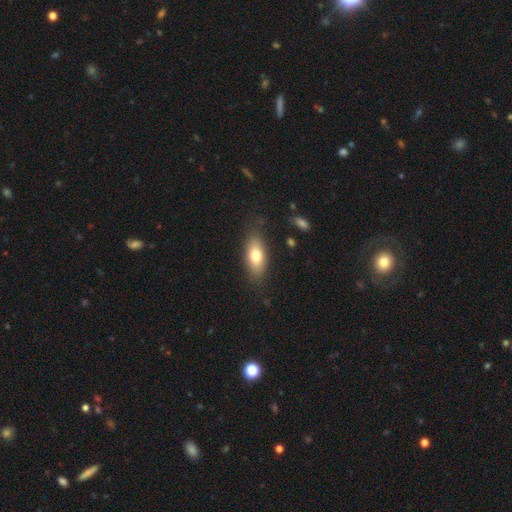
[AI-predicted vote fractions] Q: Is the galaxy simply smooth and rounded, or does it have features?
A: smooth — 76%.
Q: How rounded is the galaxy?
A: in between — 83%.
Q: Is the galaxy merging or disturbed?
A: none — 81%.